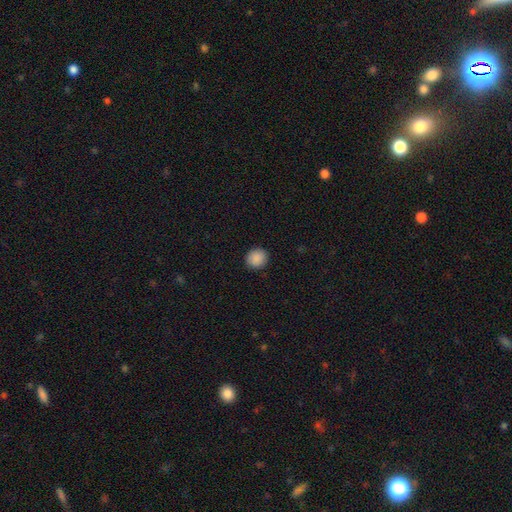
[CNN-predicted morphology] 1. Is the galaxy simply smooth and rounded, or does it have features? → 87% smooth, 10% star or artifact, 3% featured or disk.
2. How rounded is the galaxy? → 82% round, 17% in between, 1% cigar-shaped.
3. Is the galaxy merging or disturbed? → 91% none, 6% minor disturbance, 2% major disturbance, 1% merger.